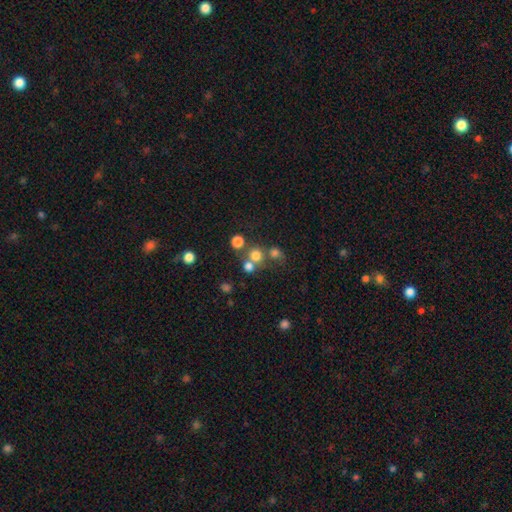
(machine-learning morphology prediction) A smooth galaxy with no disk features (70%) that is round (89%). Merging: none (55%).